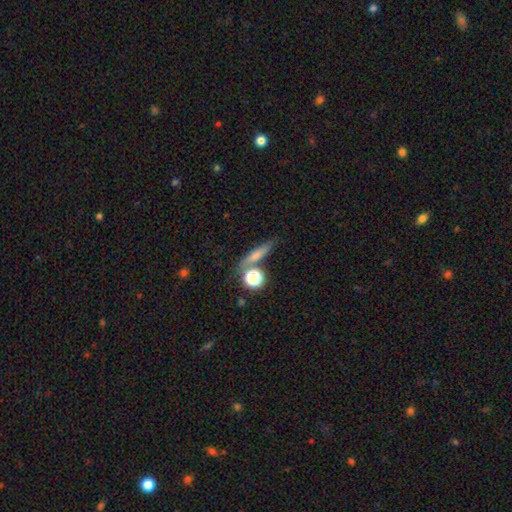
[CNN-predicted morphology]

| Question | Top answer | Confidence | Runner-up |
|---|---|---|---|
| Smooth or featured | smooth | 61% | featured or disk (25%) |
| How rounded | cigar-shaped | 62% | round (20%) |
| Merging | none | 71% | merger (12%) |